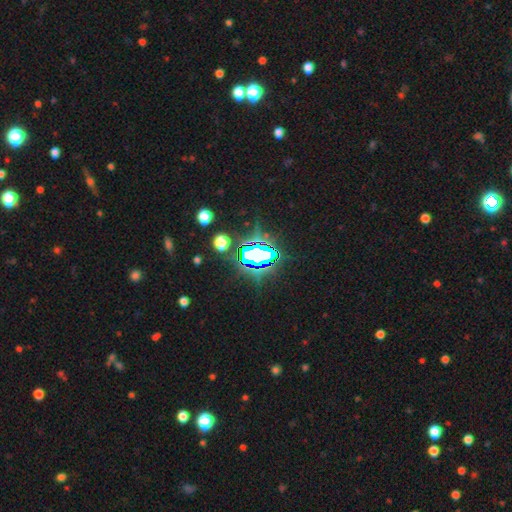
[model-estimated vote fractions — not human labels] Overall: star or artifact (70%).